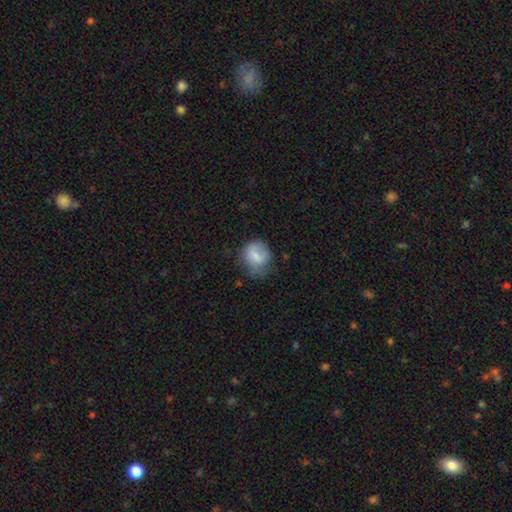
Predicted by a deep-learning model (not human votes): The model was most divided on "merging": none: 53%, minor disturbance: 31%, major disturbance: 14%, merger: 2%. More confident: smooth or featured — smooth (76%); how rounded — round (73%).